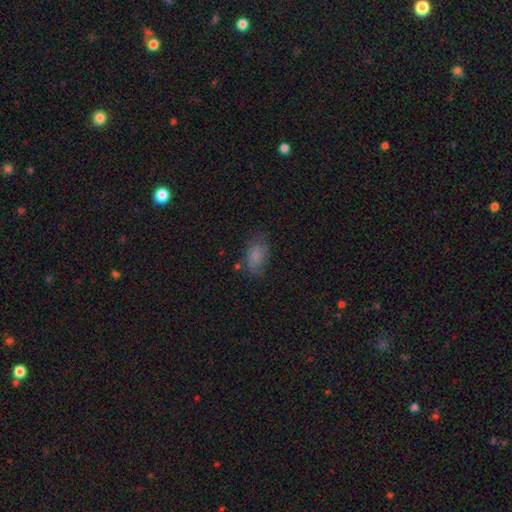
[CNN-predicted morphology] Overall: smooth (79%). How rounded: in between (89%). Merging: none (66%).